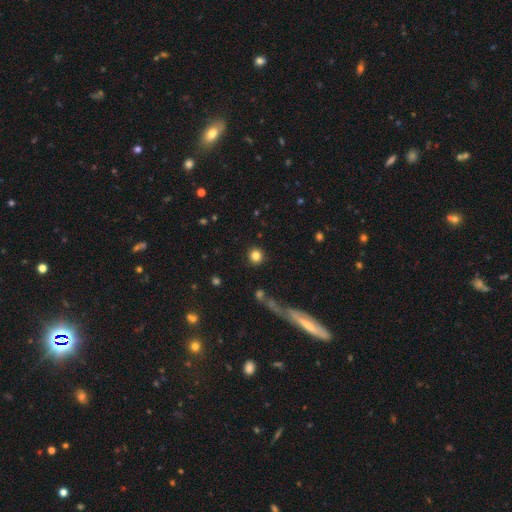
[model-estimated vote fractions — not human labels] The model was most divided on "smooth or featured": smooth: 83%, star or artifact: 11%, featured or disk: 6%. More confident: how rounded — round (91%); merging — none (90%).